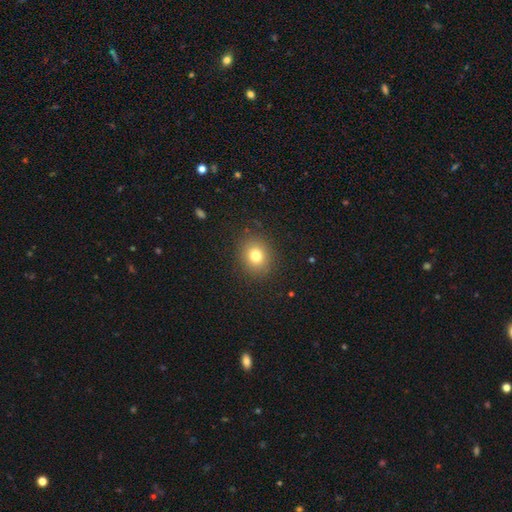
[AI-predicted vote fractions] A smooth galaxy with no disk features (78%) that is round (75%).

Vote fractions:
- Smooth or featured? smooth: 78% / star or artifact: 13% / featured or disk: 9%
- How rounded? round: 75% / in between: 24% / cigar-shaped: 1%
- Merging? none: 88% / minor disturbance: 8% / major disturbance: 3% / merger: 1%